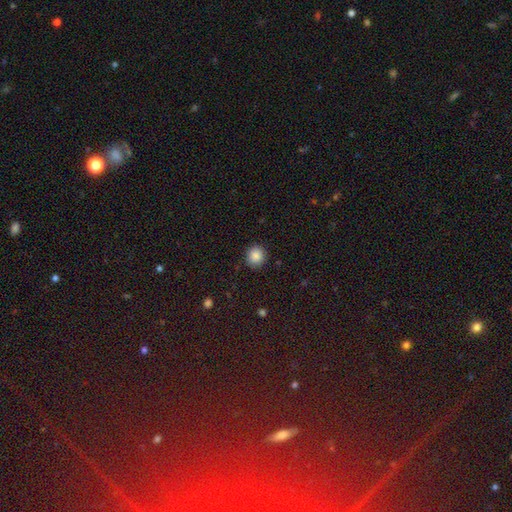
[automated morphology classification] smooth-or-featured: smooth: 87% | star or artifact: 9% | featured or disk: 4%
  how-rounded: round: 87% | in between: 12% | cigar-shaped: 1%
  merging: none: 90% | minor disturbance: 7% | major disturbance: 2% | merger: 1%